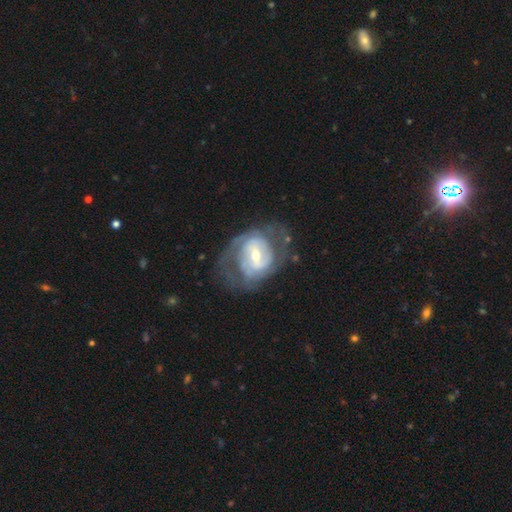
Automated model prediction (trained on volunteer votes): A featured or disk galaxy (82%) with a weak bar (46%), 2 (57%) medium (42%) spiral arms (82%) and a moderate central bulge (50%).

Vote fractions:
- Smooth or featured? featured or disk: 82% / smooth: 13% / star or artifact: 5%
- Edge-on disk? no: 96% / yes: 4%
- Bar? weak: 46% / strong: 36% / no: 19%
- Spiral arms? yes: 82% / no: 18%
- Spiral winding? medium: 42% / tight: 41% / loose: 17%
- Spiral arm count? 2: 57% / can't tell: 26% / 3: 9% / 1: 4% / 4: 3% / more than 4: 2%
- Bulge size? moderate: 50% / small: 44% / large: 5% / none: 1% / dominant: 1%
- Merging? none: 56% / major disturbance: 22% / minor disturbance: 20% / merger: 2%